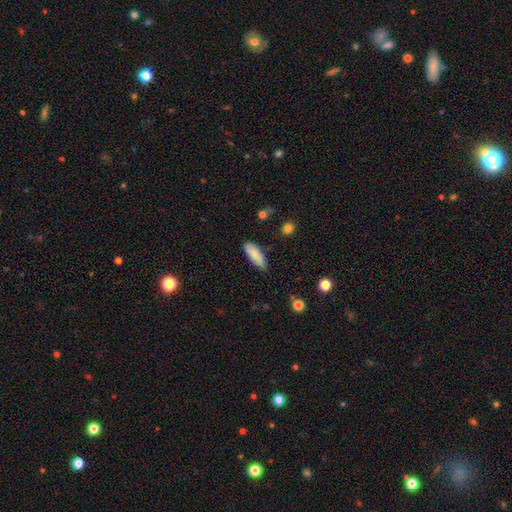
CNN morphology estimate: This appears to be a smooth galaxy with no disk features (87%) that is in between round and cigar-shaped (64%). Merging: none (81%).